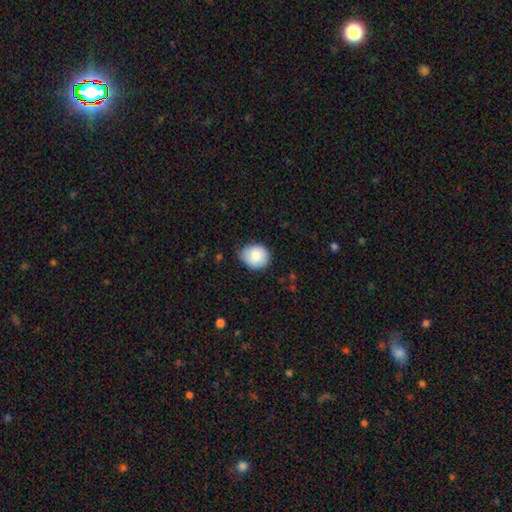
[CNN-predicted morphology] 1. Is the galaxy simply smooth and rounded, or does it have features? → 86% smooth, 7% featured or disk, 7% star or artifact.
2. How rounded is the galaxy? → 61% round, 39% in between, 1% cigar-shaped.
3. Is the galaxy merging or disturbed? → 68% none, 27% minor disturbance, 4% major disturbance, 1% merger.